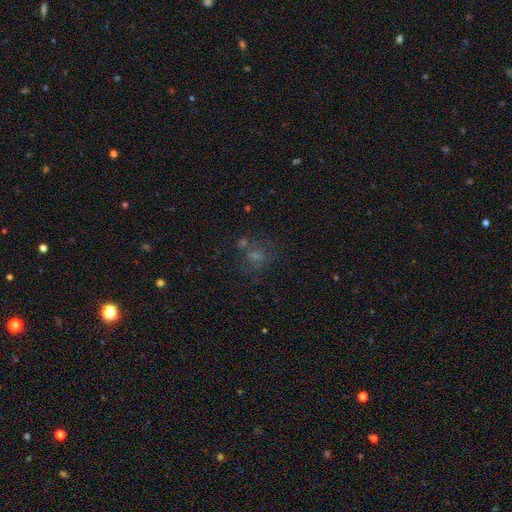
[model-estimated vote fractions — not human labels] The model was most divided on "smooth or featured": smooth: 44%, star or artifact: 29%, featured or disk: 27%. More confident: merging — none (57%).